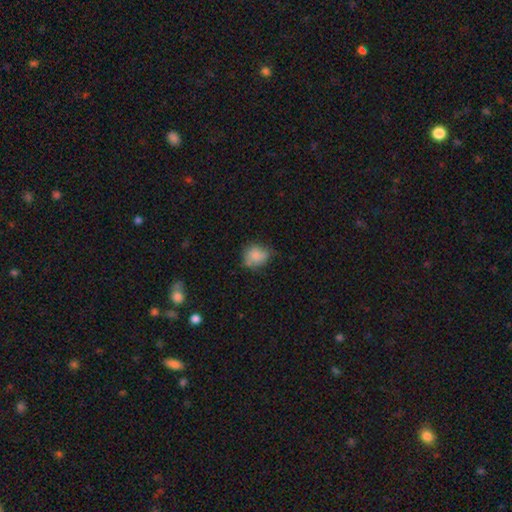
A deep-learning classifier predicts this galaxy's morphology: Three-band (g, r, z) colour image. It shows a smooth galaxy with no disk features (77%) that is round (67%). Merging: none (50%).